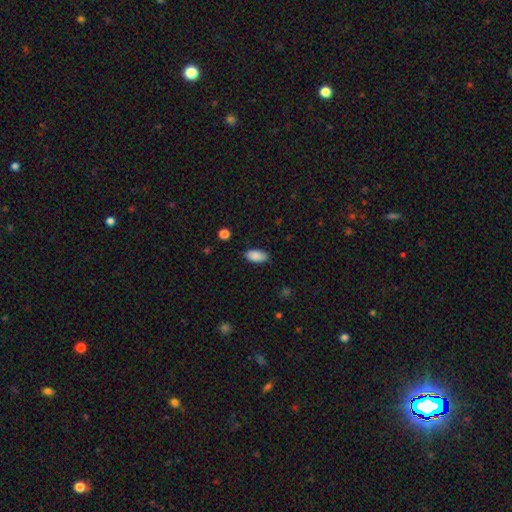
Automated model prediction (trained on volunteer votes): A smooth galaxy with no disk features (89%) that is in between round and cigar-shaped (93%).

Vote fractions:
- Smooth or featured? smooth: 89% / star or artifact: 7% / featured or disk: 4%
- How rounded? in between: 93% / cigar-shaped: 5% / round: 2%
- Merging? none: 85% / minor disturbance: 12% / major disturbance: 2% / merger: 1%